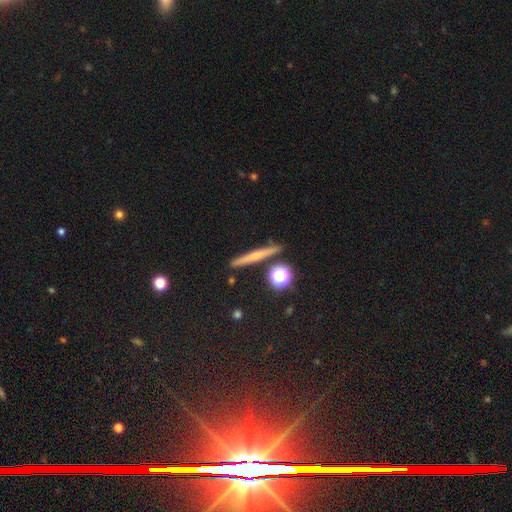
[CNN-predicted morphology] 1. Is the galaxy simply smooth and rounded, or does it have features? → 47% smooth, 37% featured or disk, 16% star or artifact.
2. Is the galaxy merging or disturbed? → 88% none, 7% minor disturbance, 3% merger, 2% major disturbance.